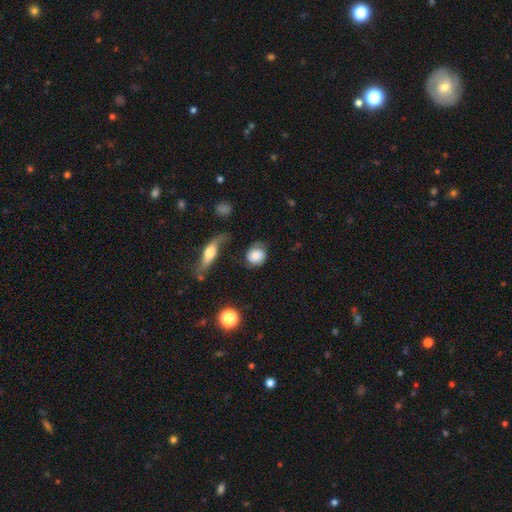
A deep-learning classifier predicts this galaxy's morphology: A smooth galaxy with no disk features (67%) that is round (70%).

Vote fractions:
- Smooth or featured? smooth: 67% / featured or disk: 24% / star or artifact: 9%
- How rounded? round: 70% / in between: 28% / cigar-shaped: 2%
- Merging? none: 54% / minor disturbance: 26% / major disturbance: 14% / merger: 6%